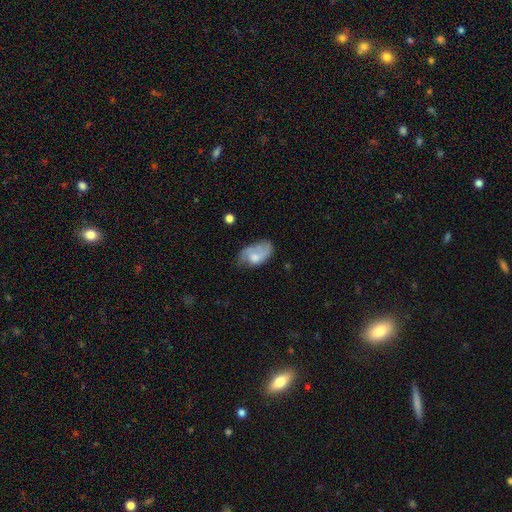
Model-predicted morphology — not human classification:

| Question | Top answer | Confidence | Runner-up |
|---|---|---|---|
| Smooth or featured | featured or disk | 48% | smooth (45%) |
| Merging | none | 40% | minor disturbance (31%) |